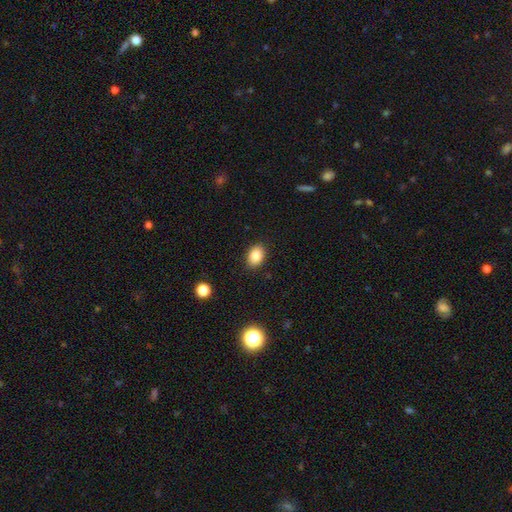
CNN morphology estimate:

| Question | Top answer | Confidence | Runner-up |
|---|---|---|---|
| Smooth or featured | smooth | 85% | star or artifact (9%) |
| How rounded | in between | 78% | round (21%) |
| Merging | none | 88% | minor disturbance (9%) |